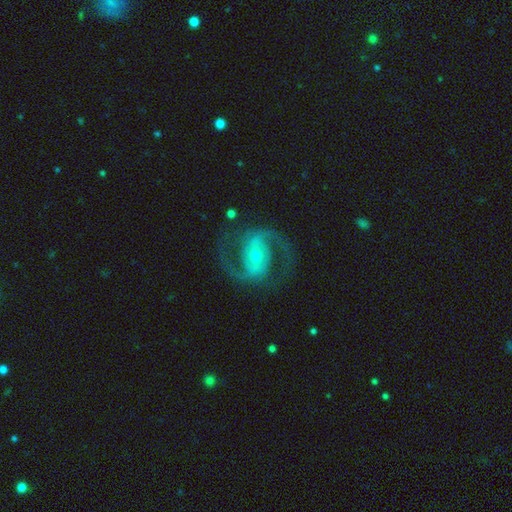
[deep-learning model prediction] Smooth or featured?
  - featured or disk: 92% *
  - star or artifact: 4%
  - smooth: 4%
Edge-on disk?
  - no: 98% *
  - yes: 2%
Bar?
  - weak: 41% *
  - no: 32%
  - strong: 26%
Spiral arms?
  - yes: 98% *
  - no: 2%
Spiral winding?
  - medium: 64% *
  - tight: 19%
  - loose: 17%
Spiral arm count?
  - 2: 94% *
  - can't tell: 2%
  - 3: 1%
  - 1: 1%
  - 4: 1%
  - more than 4: 1%
Bulge size?
  - moderate: 54% *
  - small: 42%
  - large: 3%
  - none: 1%
  - dominant: 1%
Merging?
  - none: 81% *
  - minor disturbance: 11%
  - major disturbance: 7%
  - merger: 1%